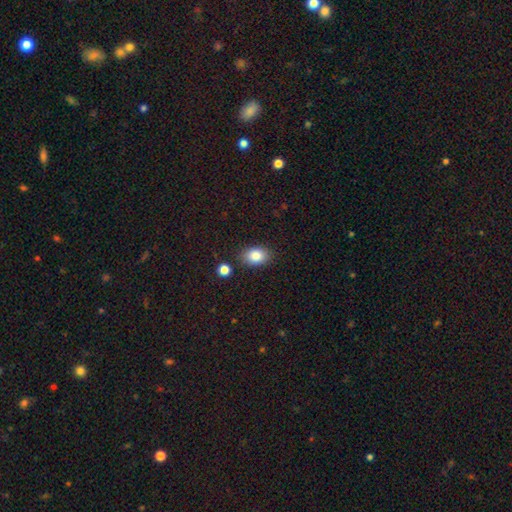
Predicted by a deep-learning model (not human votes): Q: Smooth or featured?
A: smooth (85%); runner-up: star or artifact (9%)
Q: How rounded?
A: in between (79%); runner-up: round (20%)
Q: Merging?
A: none (84%); runner-up: minor disturbance (10%)